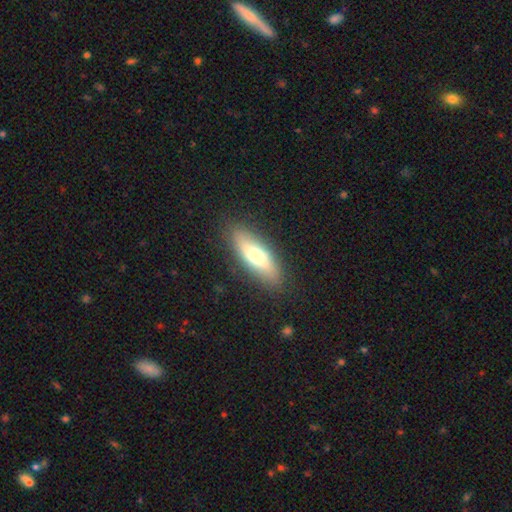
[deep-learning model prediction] The model was most divided on "how rounded": in between: 55%, cigar-shaped: 42%, round: 3%. More confident: merging — none (86%); smooth or featured — smooth (64%).